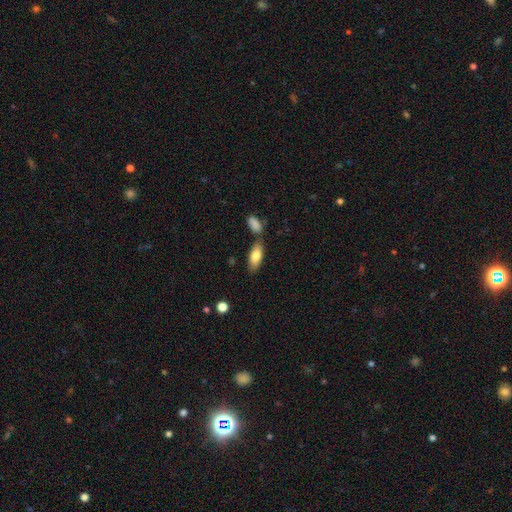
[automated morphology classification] Smooth or featured? Predicted: smooth (p=0.79). How rounded? Predicted: in between (p=0.80). Merging? Predicted: none (p=0.68).